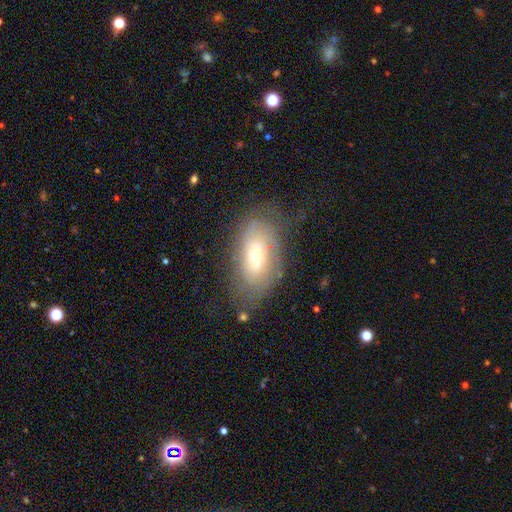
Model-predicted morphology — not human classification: This appears to be a featured or disk galaxy (48%). Merging: none (61%).